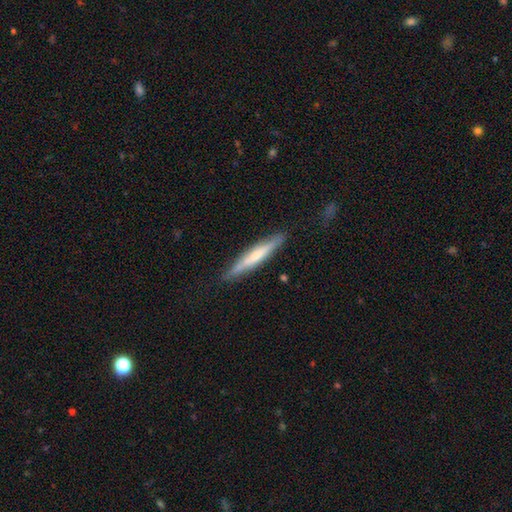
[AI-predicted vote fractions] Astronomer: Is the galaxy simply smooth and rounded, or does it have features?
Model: featured or disk — 48% (runner-up: smooth, 46%).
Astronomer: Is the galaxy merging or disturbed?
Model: none — 86%.